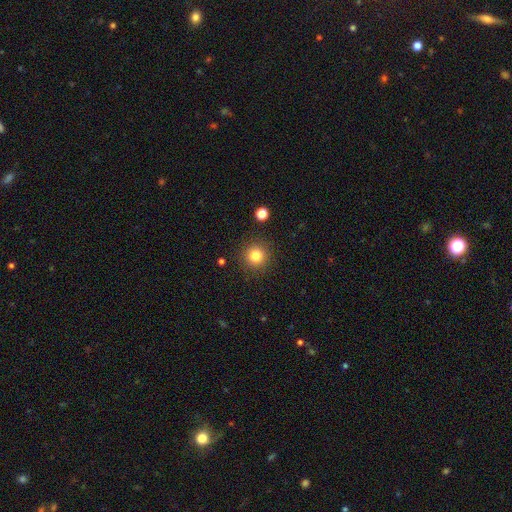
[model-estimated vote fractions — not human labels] Overall: smooth (82%). How rounded: round (95%). Merging: none (90%).